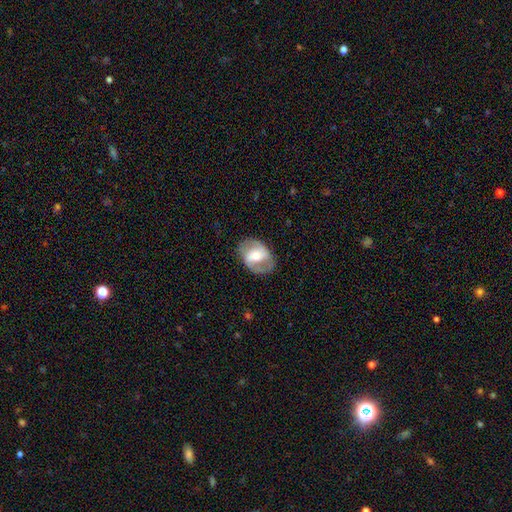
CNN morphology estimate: The model was most divided on "bar": weak: 39%, strong: 36%, no: 25%. More confident: edge-on disk — no (95%); merging — none (78%); spiral arms — yes (72%); smooth or featured — featured or disk (68%); bulge size — moderate (61%).